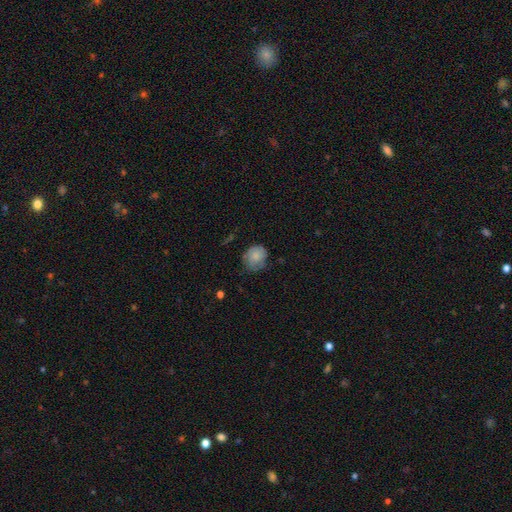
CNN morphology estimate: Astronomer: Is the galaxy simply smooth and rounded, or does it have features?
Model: smooth — 78%.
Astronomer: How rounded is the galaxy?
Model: round — 68%.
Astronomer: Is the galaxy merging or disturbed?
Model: none — 62%.